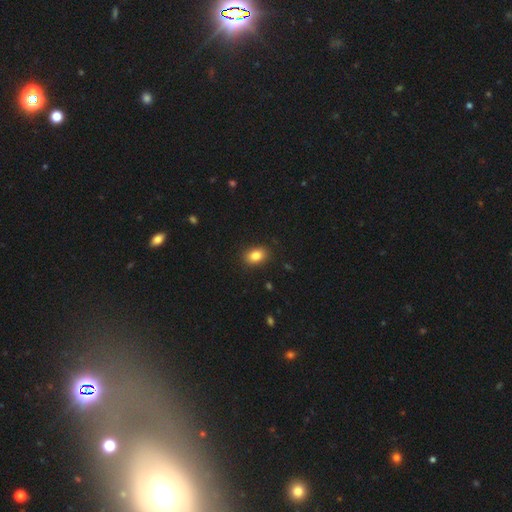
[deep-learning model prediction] Smooth or featured: smooth — 85% (star or artifact — 9%)
How rounded: in between — 76% (round — 22%)
Merging: none — 88% (minor disturbance — 9%)